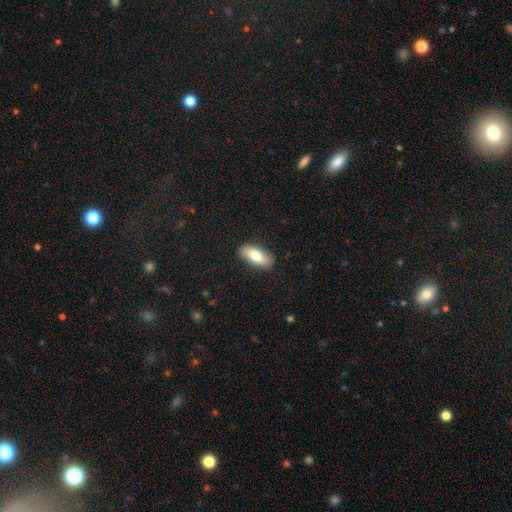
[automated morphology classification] A smooth galaxy with no disk features (79%) that is in between round and cigar-shaped (84%). Merging: none (86%).